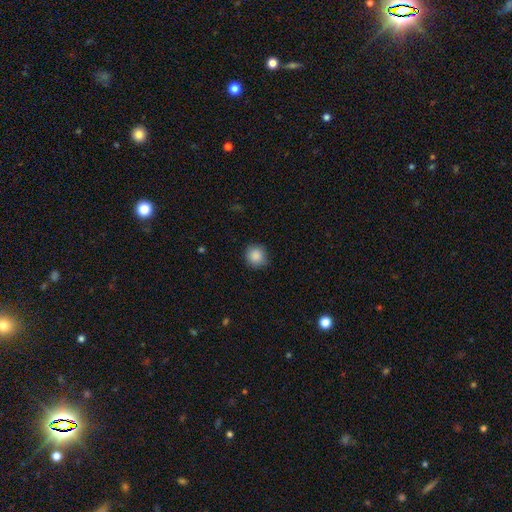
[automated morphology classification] A smooth galaxy with no disk features (88%) that is round (89%). Merging: none (86%).